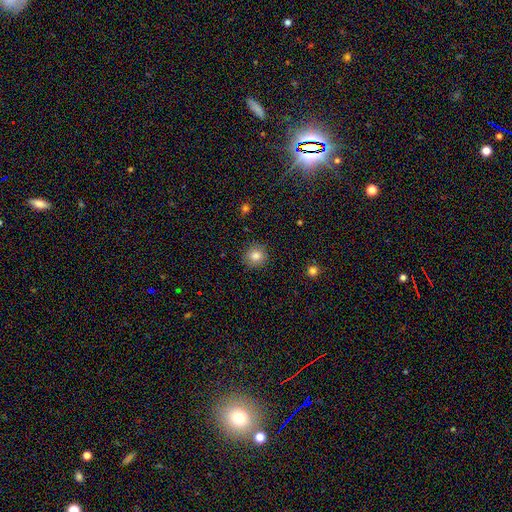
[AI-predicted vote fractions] Smooth or featured? smooth (83%)
How rounded? round (92%)
Merging? none (90%)